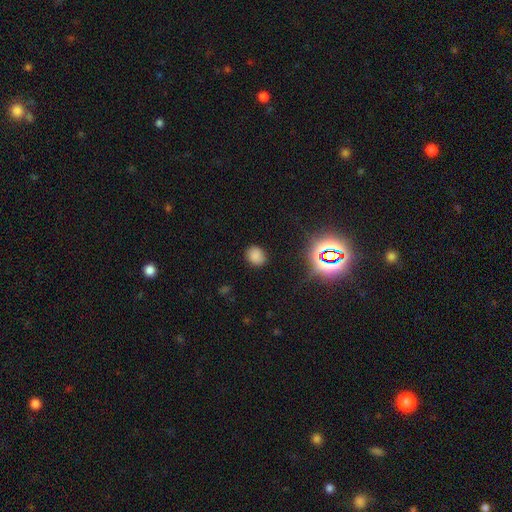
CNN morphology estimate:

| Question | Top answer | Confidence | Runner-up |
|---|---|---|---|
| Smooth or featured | smooth | 76% | star or artifact (19%) |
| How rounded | round | 58% | in between (41%) |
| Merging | none | 83% | minor disturbance (12%) |